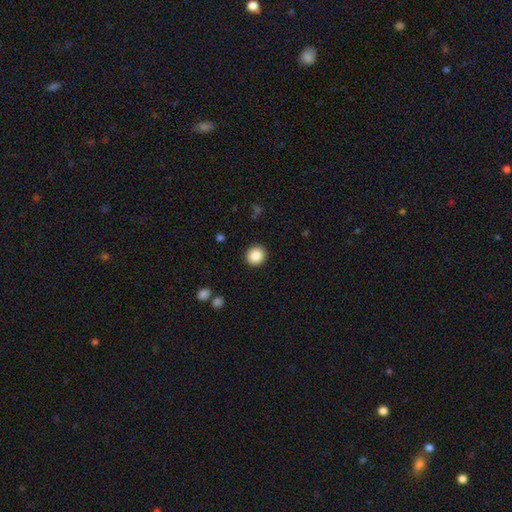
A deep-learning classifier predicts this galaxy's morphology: Smooth or featured? smooth (88%)
How rounded? round (91%)
Merging? none (91%)